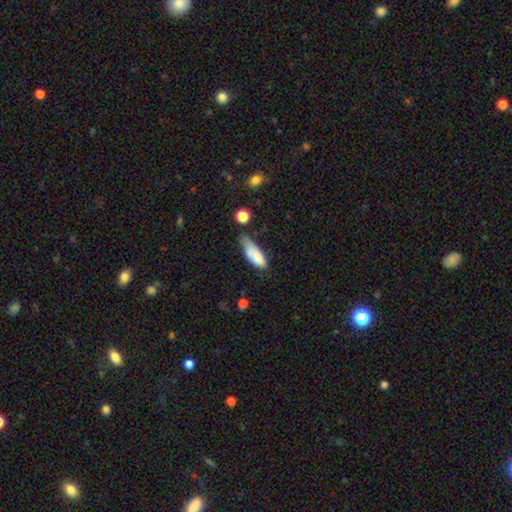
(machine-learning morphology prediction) Smooth or featured?
  - smooth: 79% *
  - featured or disk: 13%
  - star or artifact: 8%
How rounded?
  - in between: 67% *
  - cigar-shaped: 31%
  - round: 2%
Merging?
  - minor disturbance: 40% *
  - none: 34%
  - major disturbance: 17%
  - merger: 9%